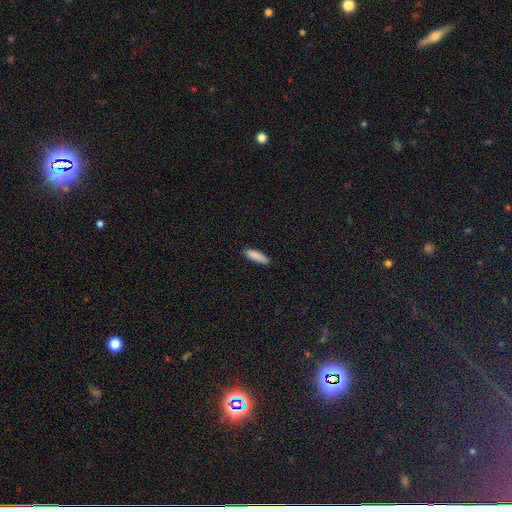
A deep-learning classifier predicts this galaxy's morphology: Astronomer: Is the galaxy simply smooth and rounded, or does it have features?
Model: smooth — 89%.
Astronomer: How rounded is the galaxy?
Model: cigar-shaped — 55% (runner-up: in between, 43%).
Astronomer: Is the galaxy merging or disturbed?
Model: none — 88%.